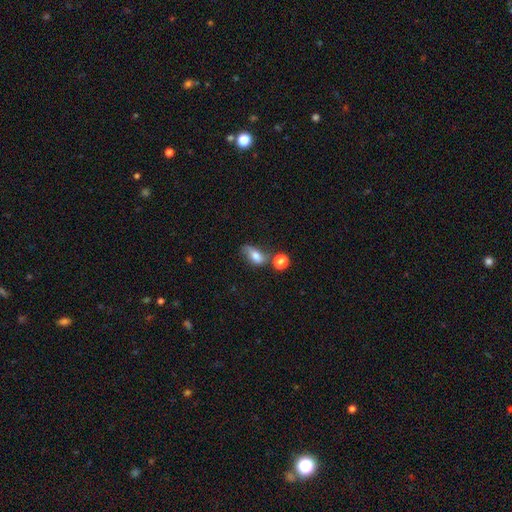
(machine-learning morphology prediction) Overall: smooth (68%). How rounded: in between (80%). Merging: none (38%; minor disturbance 25%).